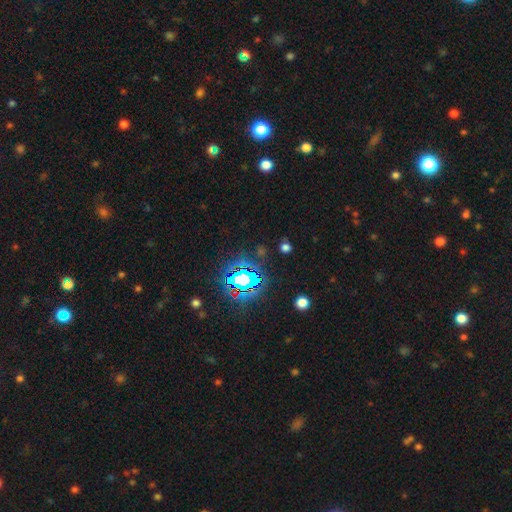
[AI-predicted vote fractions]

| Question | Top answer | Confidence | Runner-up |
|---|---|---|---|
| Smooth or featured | star or artifact | 80% | smooth (12%) |